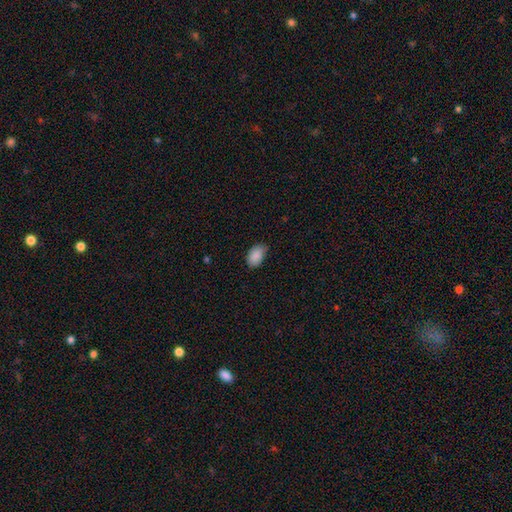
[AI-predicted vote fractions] Smooth or featured? Predicted: smooth (p=0.89). How rounded? Predicted: in between (p=0.88). Merging? Predicted: none (p=0.69).